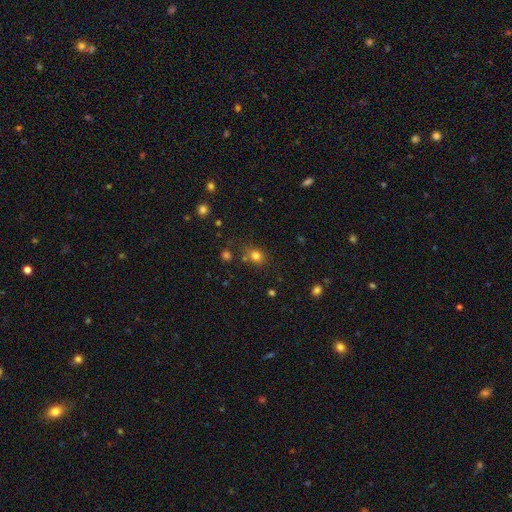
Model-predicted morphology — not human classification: Q: Smooth or featured?
A: smooth (77%); runner-up: star or artifact (16%)
Q: How rounded?
A: round (62%); runner-up: in between (37%)
Q: Merging?
A: none (69%); runner-up: minor disturbance (15%)